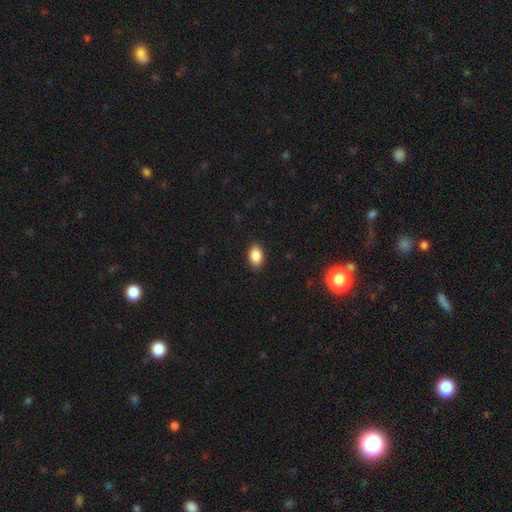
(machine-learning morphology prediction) Smooth or featured? Predicted: smooth (p=0.87). How rounded? Predicted: in between (p=0.89). Merging? Predicted: none (p=0.89).